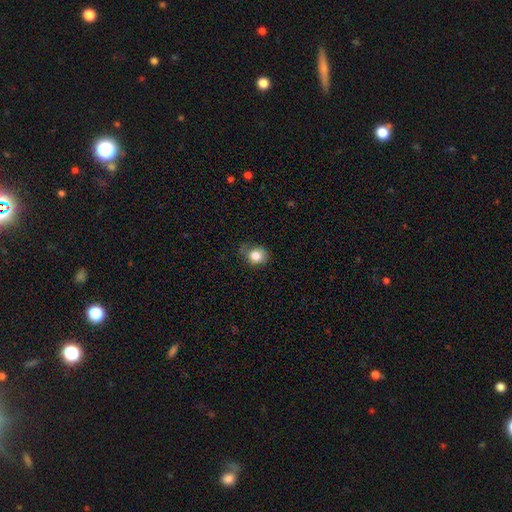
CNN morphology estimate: Q: Smooth or featured?
A: smooth (82%); runner-up: star or artifact (10%)
Q: How rounded?
A: round (69%); runner-up: in between (30%)
Q: Merging?
A: none (61%); runner-up: minor disturbance (29%)